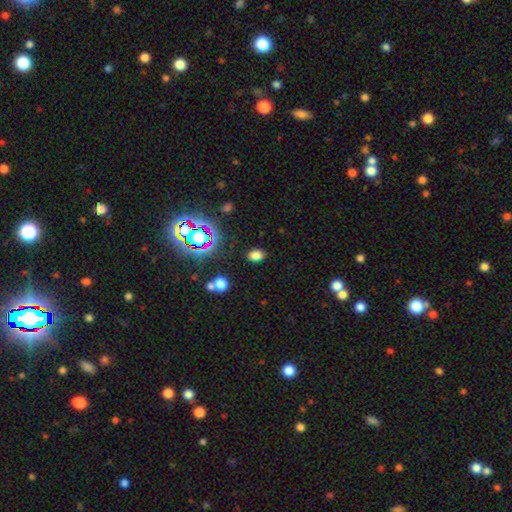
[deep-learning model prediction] This is likely a smooth galaxy (74%). How rounded: clearly in between (80%). Merging: clearly none (83%).